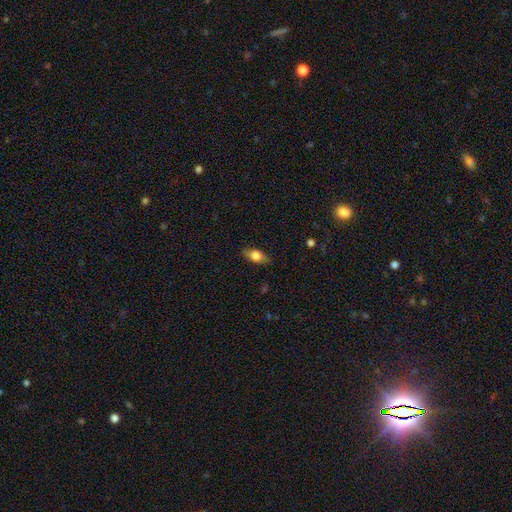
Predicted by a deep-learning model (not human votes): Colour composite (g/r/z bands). It shows a smooth galaxy with no disk features (69%) that is in between round and cigar-shaped (81%). Merging: none (84%).